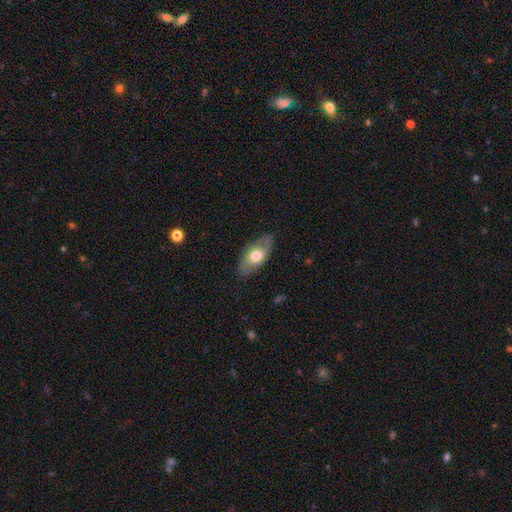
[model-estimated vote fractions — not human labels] Q: Smooth or featured?
A: smooth (53%); runner-up: featured or disk (41%)
Q: How rounded?
A: in between (88%); runner-up: cigar-shaped (6%)
Q: Merging?
A: none (79%); runner-up: minor disturbance (16%)